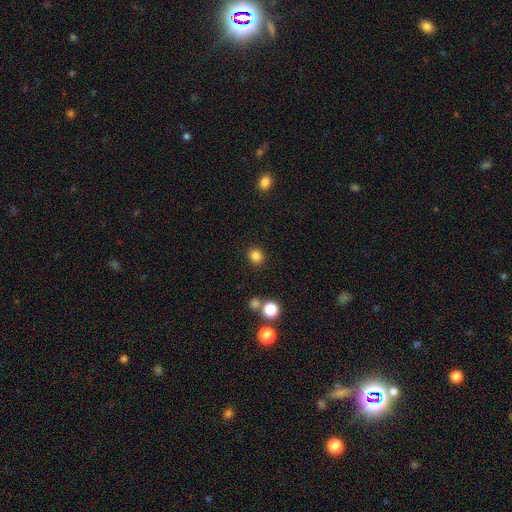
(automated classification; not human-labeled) Smooth or featured? Predicted: smooth (p=0.84). How rounded? Predicted: round (p=0.83). Merging? Predicted: none (p=0.89).